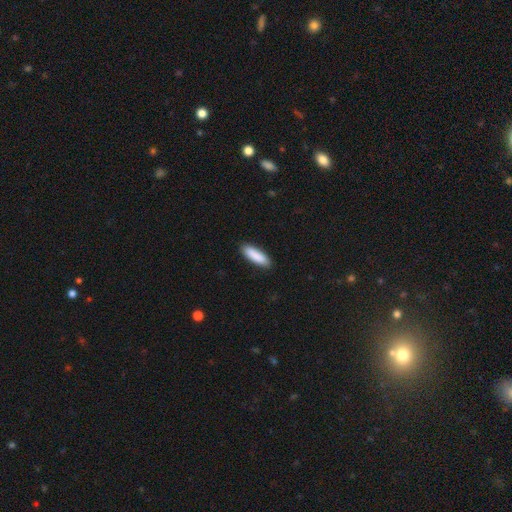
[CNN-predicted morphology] Smooth or featured?
  - smooth: 89% *
  - star or artifact: 5%
  - featured or disk: 5%
How rounded?
  - cigar-shaped: 54% *
  - in between: 45%
  - round: 1%
Merging?
  - none: 89% *
  - minor disturbance: 8%
  - major disturbance: 2%
  - merger: 1%